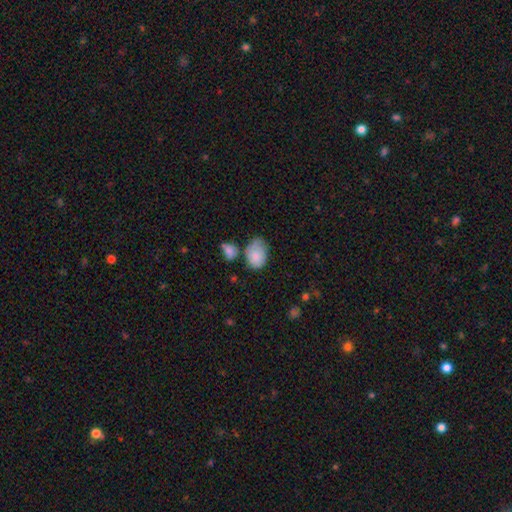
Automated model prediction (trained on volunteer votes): Morphology: type=smooth (80%); roundness=in between (78%); merging=none (38%).